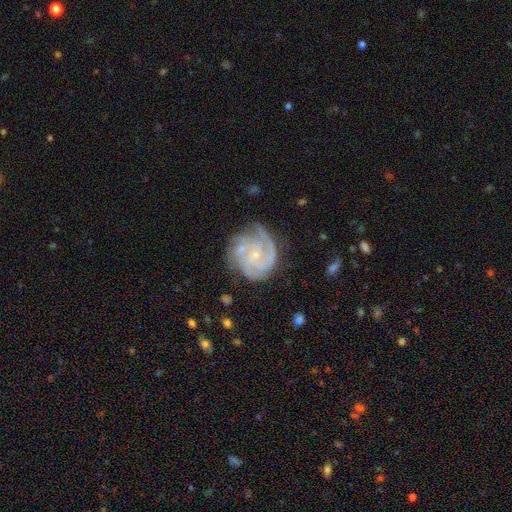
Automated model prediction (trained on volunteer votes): This is clearly a featured or disk galaxy (83%). It is clearly not viewed edge-on (98%). Bar: likely no (71%). Spiral arm pattern: clearly yes (95%). Spiral arm count: marginally 3 (34%). Spiral winding: likely tight (62%). Central bulge: likely small (76%). Merging: possibly none (59%).